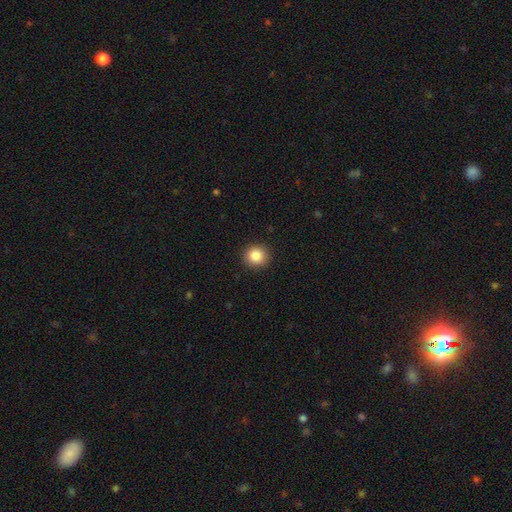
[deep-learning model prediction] Morphology: type=smooth (86%); roundness=round (90%); merging=none (91%).